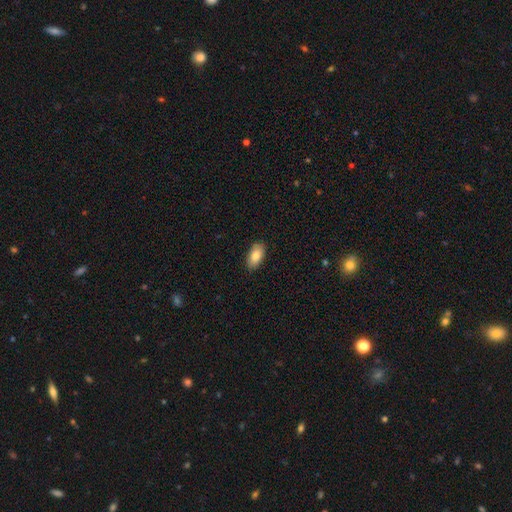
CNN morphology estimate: A smooth galaxy with no disk features (85%) that is in between round and cigar-shaped (93%).

Vote fractions:
- Smooth or featured? smooth: 85% / featured or disk: 8% / star or artifact: 6%
- How rounded? in between: 93% / cigar-shaped: 4% / round: 3%
- Merging? none: 88% / minor disturbance: 10% / major disturbance: 2% / merger: 1%